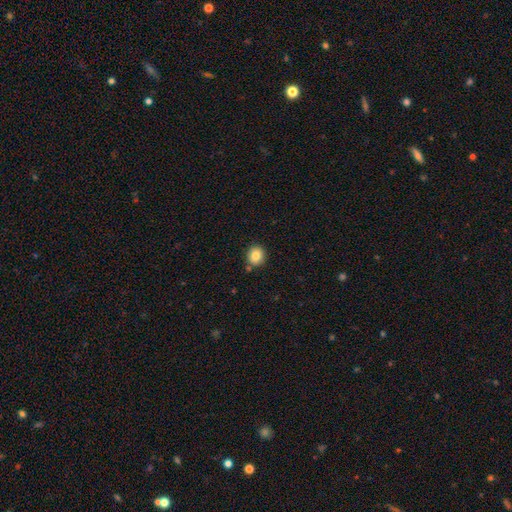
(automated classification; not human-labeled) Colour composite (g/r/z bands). It shows a smooth galaxy with no disk features (83%) that is round (85%). Merging: none (83%).